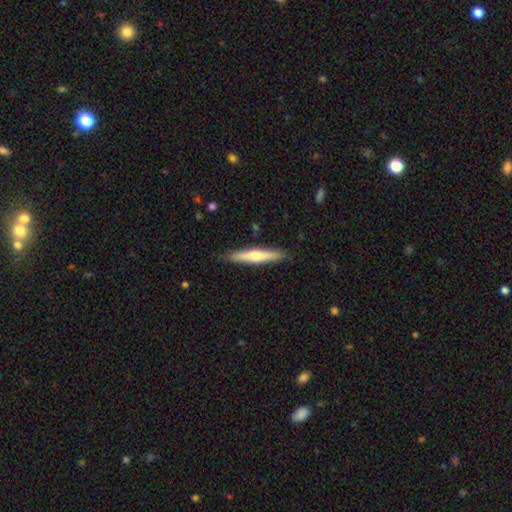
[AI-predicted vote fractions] Overall: featured or disk (50%; smooth 45%). Edge-on disk: yes (95%). Merging: none (89%).